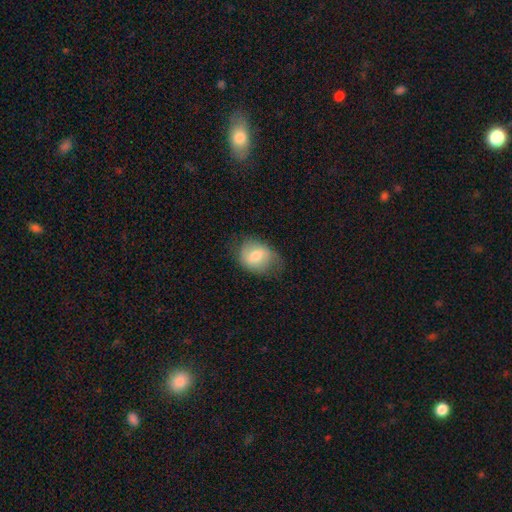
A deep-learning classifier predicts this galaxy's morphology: smooth 68%, featured or disk 25%, star or artifact 7%. Down the decision tree: how rounded — in between (60%); merging — none (52%).